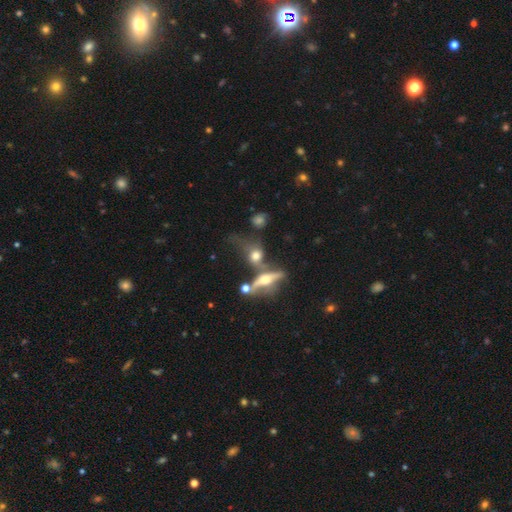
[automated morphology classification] A featured or disk galaxy (44%).

Vote fractions:
- Smooth or featured? featured or disk: 44% / smooth: 42% / star or artifact: 14%
- Merging? merger: 43% / none: 29% / major disturbance: 15% / minor disturbance: 13%